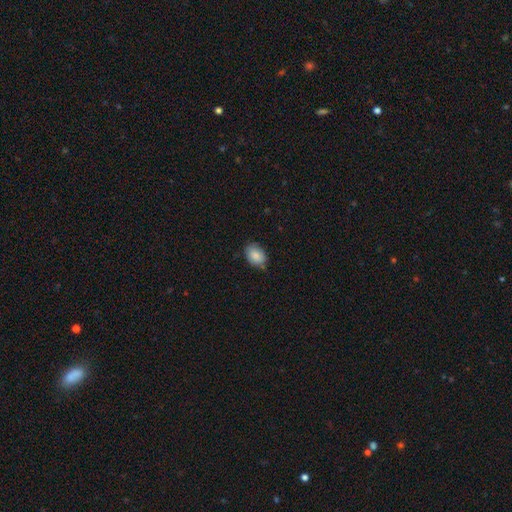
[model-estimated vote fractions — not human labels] This appears to be a smooth galaxy with no disk features (84%) that is in between round and cigar-shaped (78%). Merging: none (72%).